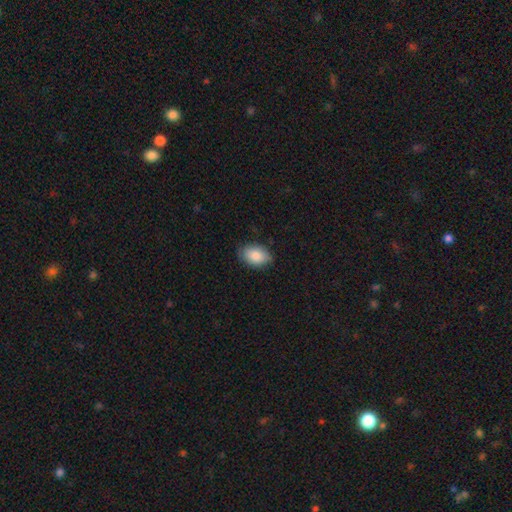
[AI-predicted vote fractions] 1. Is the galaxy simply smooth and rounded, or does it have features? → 84% smooth, 9% featured or disk, 7% star or artifact.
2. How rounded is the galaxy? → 88% in between, 11% round, 1% cigar-shaped.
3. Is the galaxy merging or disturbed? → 80% none, 16% minor disturbance, 3% major disturbance, 1% merger.